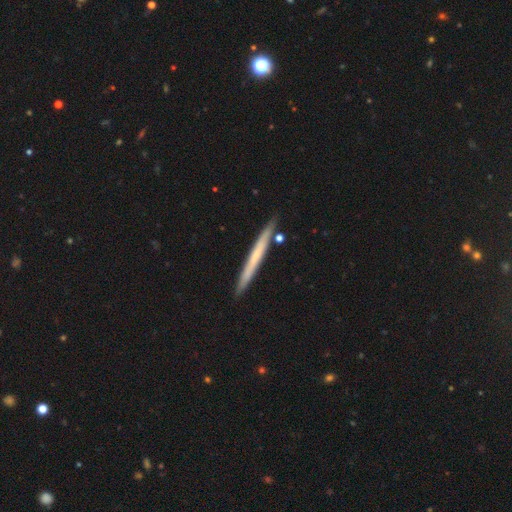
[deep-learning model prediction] smooth-or-featured: smooth: 48% | featured or disk: 47% | star or artifact: 5%
  merging: none: 88% | minor disturbance: 8% | merger: 3% | major disturbance: 1%